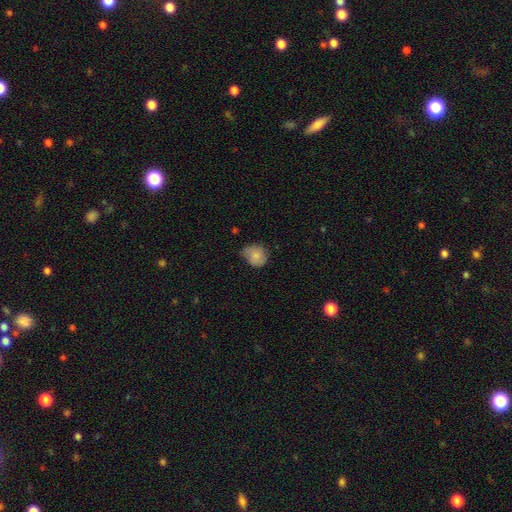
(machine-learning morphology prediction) The model was most divided on "merging": none: 47%, minor disturbance: 41%, major disturbance: 10%, merger: 2%. More confident: smooth or featured — smooth (80%); how rounded — round (70%).